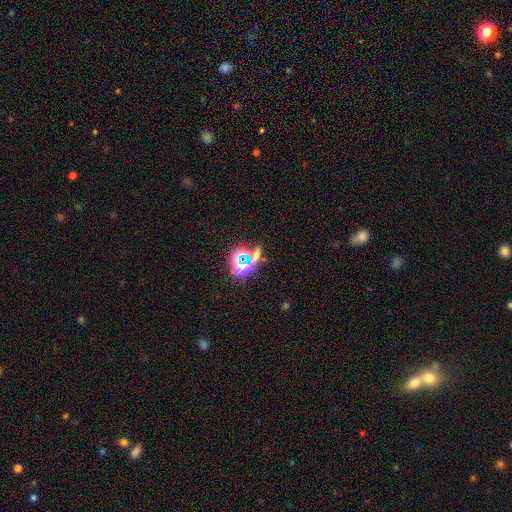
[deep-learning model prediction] smooth_or_featured: star or artifact (p=0.65) [alt: smooth p=0.23]